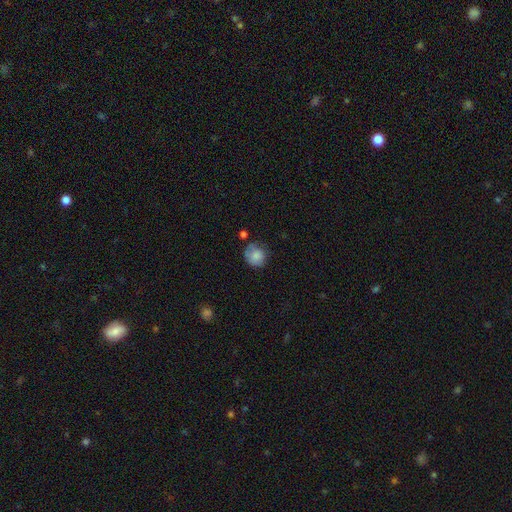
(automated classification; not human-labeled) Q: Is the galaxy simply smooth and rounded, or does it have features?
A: smooth — 80%.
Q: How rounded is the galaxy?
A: round — 82%.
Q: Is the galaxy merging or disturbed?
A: none — 58%.